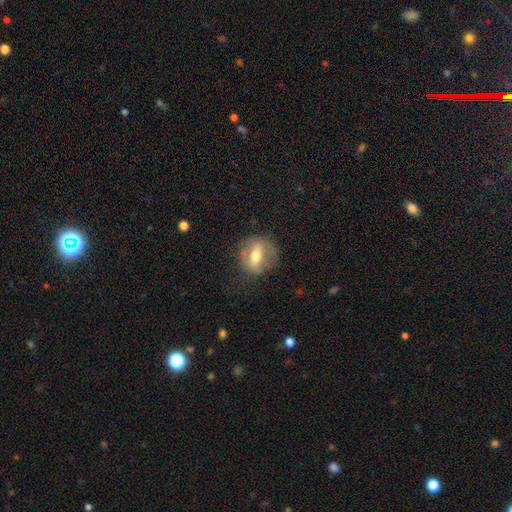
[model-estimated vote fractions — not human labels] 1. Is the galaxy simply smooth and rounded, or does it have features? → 52% featured or disk, 40% smooth, 8% star or artifact.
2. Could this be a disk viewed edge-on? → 76% no, 24% yes.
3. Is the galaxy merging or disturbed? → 73% none, 17% minor disturbance, 9% major disturbance, 1% merger.